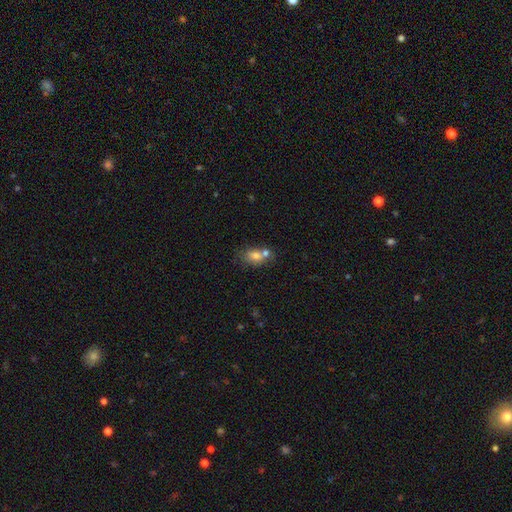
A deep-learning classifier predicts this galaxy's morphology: smooth 75%, featured or disk 15%, star or artifact 11%. Down the decision tree: how rounded — in between (71%); merging — merger (44%).